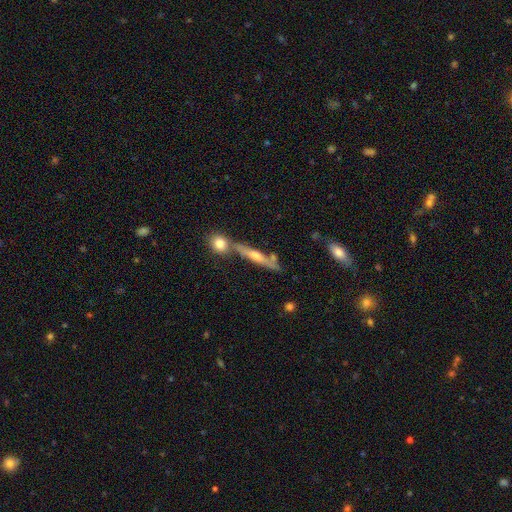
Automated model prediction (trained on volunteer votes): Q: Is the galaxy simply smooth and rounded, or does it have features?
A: featured or disk — 64%.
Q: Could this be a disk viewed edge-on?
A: yes — 87%.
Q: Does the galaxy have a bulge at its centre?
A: rounded — 74%.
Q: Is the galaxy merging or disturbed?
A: none — 62%.